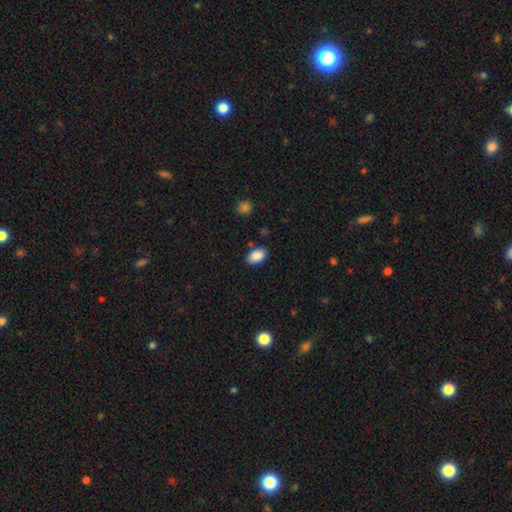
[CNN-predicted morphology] This appears to be a smooth galaxy with no disk features (88%) that is in between round and cigar-shaped (91%). Merging: none (84%).